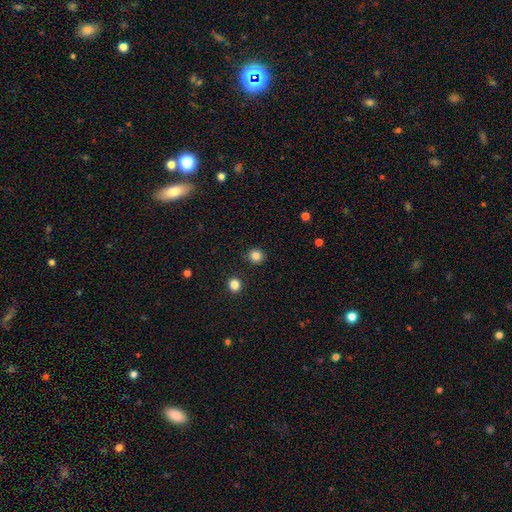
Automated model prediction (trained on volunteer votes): Smooth or featured?
  - smooth: 83% *
  - star or artifact: 13%
  - featured or disk: 4%
How rounded?
  - round: 93% *
  - in between: 6%
  - cigar-shaped: 1%
Merging?
  - none: 91% *
  - minor disturbance: 5%
  - major disturbance: 2%
  - merger: 2%